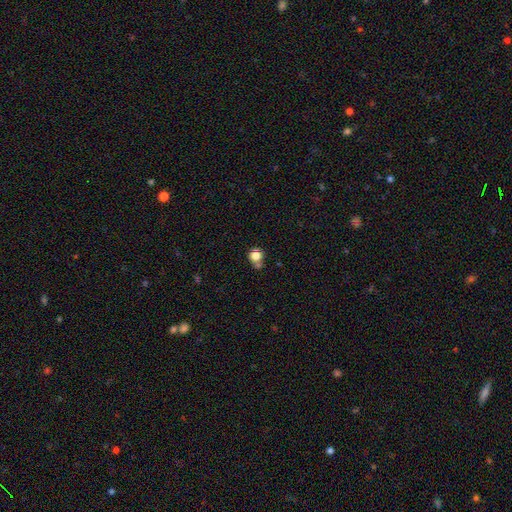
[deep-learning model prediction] smooth 79%, star or artifact 12%, featured or disk 9%. Down the decision tree: how rounded — round (82%); merging — none (52%).